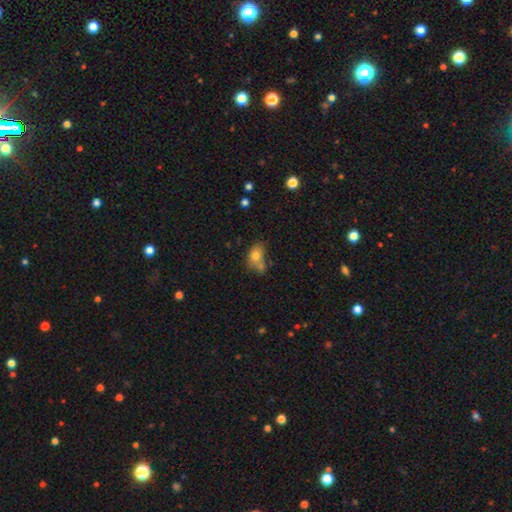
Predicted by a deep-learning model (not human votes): The model was most divided on "merging": none: 40%, merger: 27%, minor disturbance: 23%, major disturbance: 10%. More confident: smooth or featured — smooth (74%); how rounded — in between (73%).